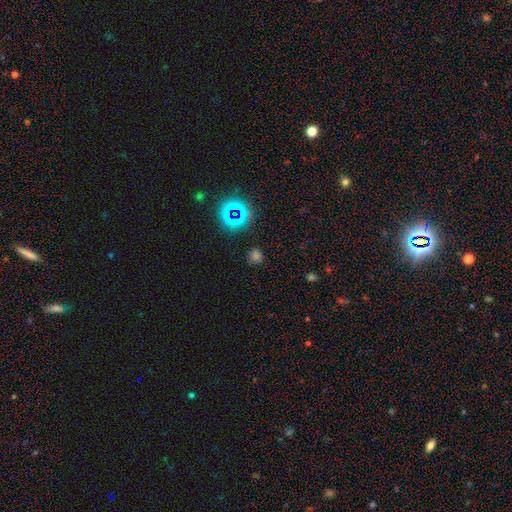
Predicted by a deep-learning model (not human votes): Q: Smooth or featured?
A: smooth (49%); runner-up: star or artifact (44%)
Q: Merging?
A: none (84%); runner-up: minor disturbance (10%)